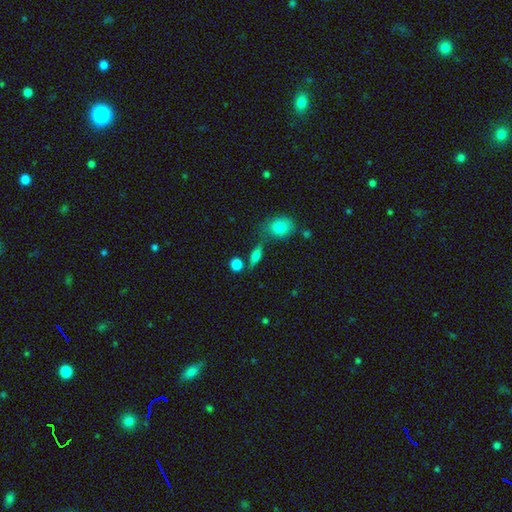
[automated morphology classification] smooth_or_featured: smooth (p=0.65) [alt: featured or disk p=0.25]
how_rounded: in between (p=0.54) [alt: cigar-shaped p=0.26]
merging: none (p=0.72) [alt: minor disturbance p=0.13]